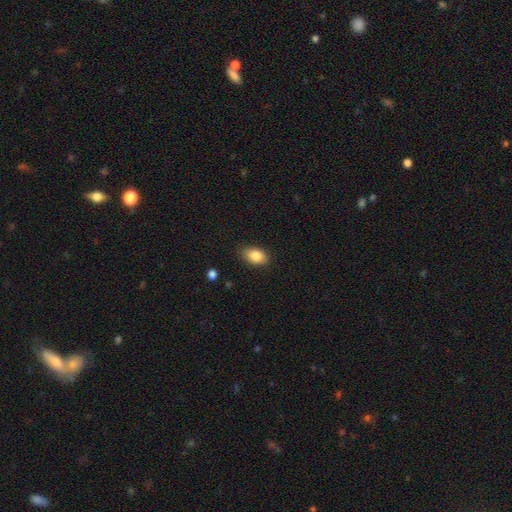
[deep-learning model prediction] This appears to be a smooth galaxy with no disk features (85%) that is in between round and cigar-shaped (88%). Merging: none (85%).